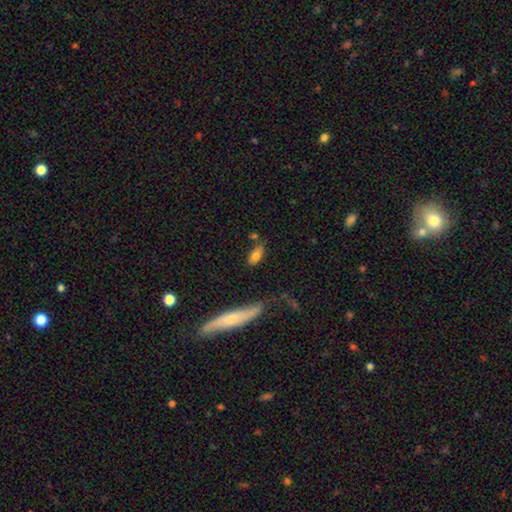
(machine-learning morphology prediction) Overall: smooth (77%). How rounded: in between (79%). Merging: none (62%).